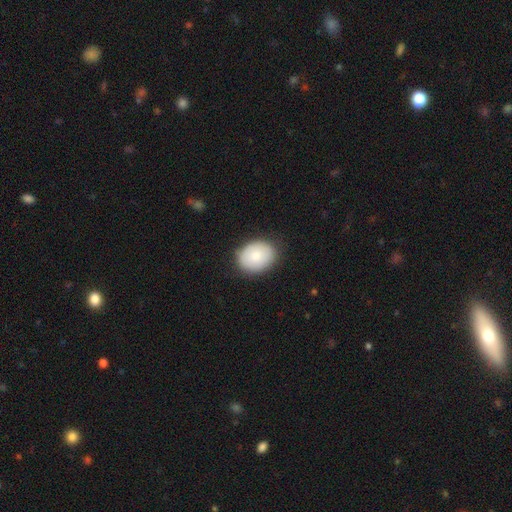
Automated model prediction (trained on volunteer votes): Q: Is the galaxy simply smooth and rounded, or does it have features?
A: smooth — 83%.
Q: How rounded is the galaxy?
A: in between — 62%.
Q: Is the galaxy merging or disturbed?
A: none — 84%.